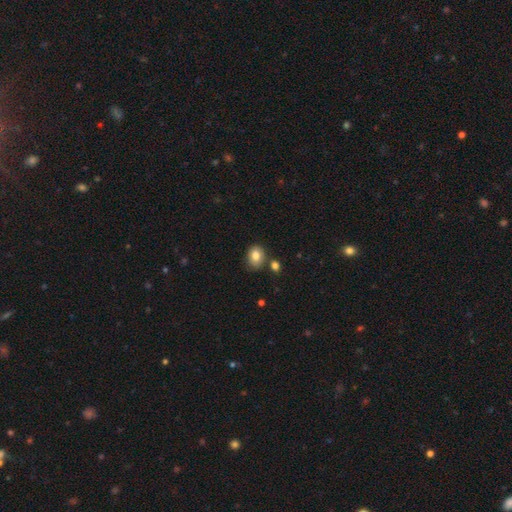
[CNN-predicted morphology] The model was most divided on "how rounded": in between: 51%, round: 48%, cigar-shaped: 1%. More confident: smooth or featured — smooth (82%); merging — none (74%).